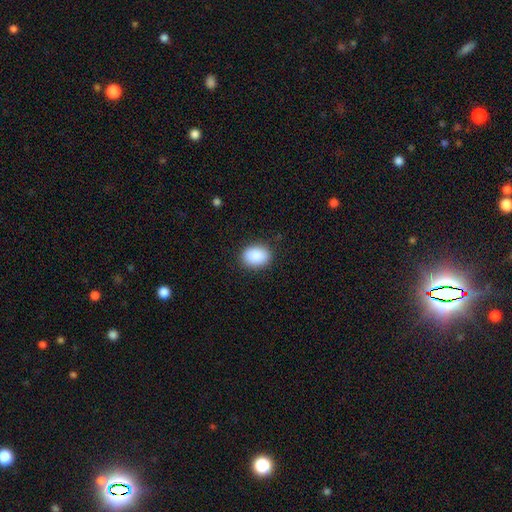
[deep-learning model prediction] smooth_or_featured: smooth (p=0.90) [alt: star or artifact p=0.07]
how_rounded: in between (p=0.71) [alt: round p=0.28]
merging: none (p=0.88) [alt: minor disturbance p=0.09]